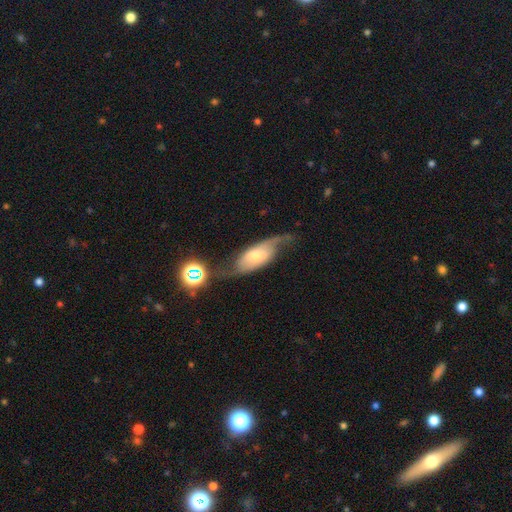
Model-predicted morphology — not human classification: type=featured or disk (62%); edge-on=no (85%); bar=no (59%); spiral arms=yes (87%); bulge=small (42%); merging=none (51%).